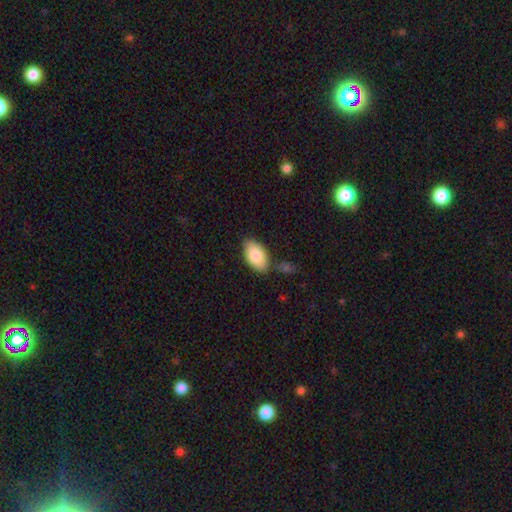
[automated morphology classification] smooth-or-featured: smooth: 84% | featured or disk: 10% | star or artifact: 6%
  how-rounded: in between: 94% | round: 4% | cigar-shaped: 2%
  merging: none: 73% | minor disturbance: 16% | merger: 8% | major disturbance: 4%